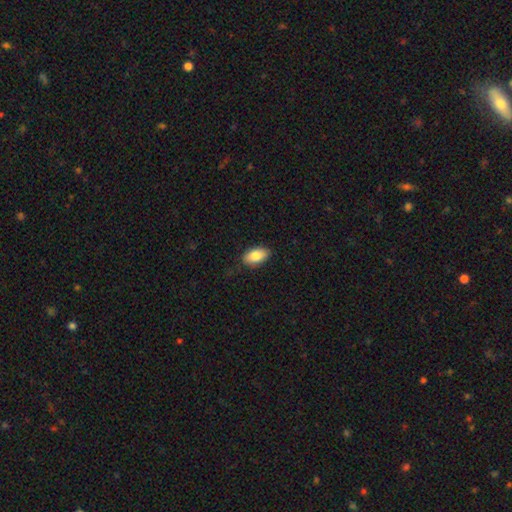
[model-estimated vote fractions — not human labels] This is clearly a smooth galaxy (83%). How rounded: clearly in between (93%). Merging: clearly none (86%).